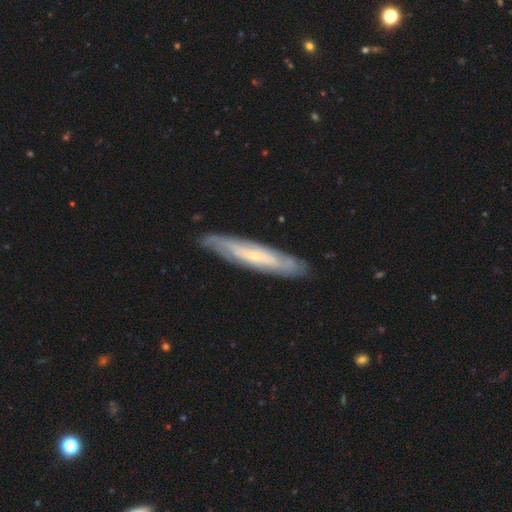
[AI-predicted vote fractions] smooth-or-featured: featured or disk: 71% | smooth: 23% | star or artifact: 6%
  disk-edge-on: no: 51% | yes: 49%
  merging: none: 82% | minor disturbance: 14% | major disturbance: 3% | merger: 1%